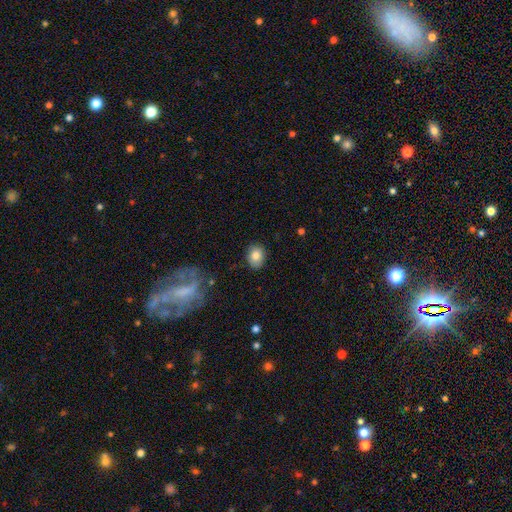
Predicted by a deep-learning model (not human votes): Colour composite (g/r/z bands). It shows a smooth galaxy with no disk features (82%) that is in between round and cigar-shaped (54%). Merging: none (83%).